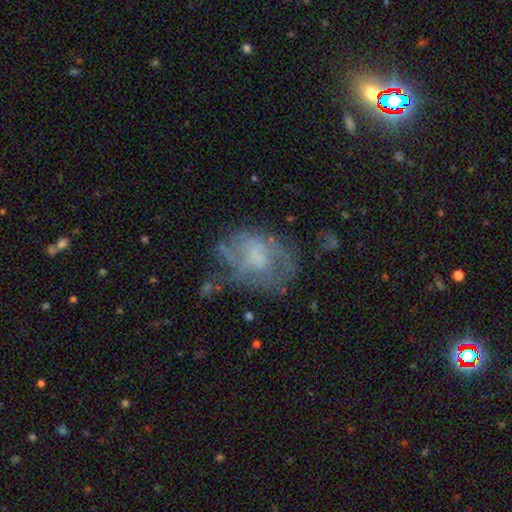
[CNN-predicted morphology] Smooth or featured? featured or disk (60%)
Edge-on disk? no (97%)
Bar? no (70%)
Spiral arms? no (53%)
Bulge size? none (39%)
Merging? none (45%)